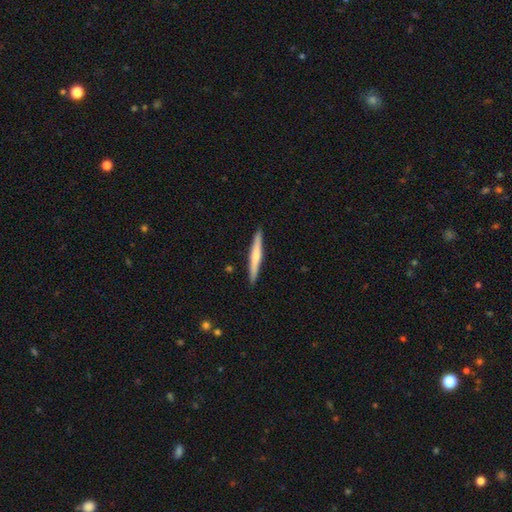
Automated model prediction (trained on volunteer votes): smooth-or-featured: smooth: 53% | featured or disk: 42% | star or artifact: 5%
  how-rounded: cigar-shaped: 96% | in between: 3% | round: 1%
  merging: none: 91% | minor disturbance: 6% | major disturbance: 1% | merger: 1%